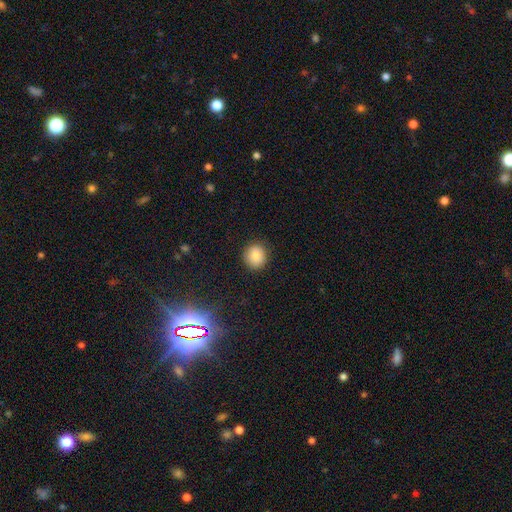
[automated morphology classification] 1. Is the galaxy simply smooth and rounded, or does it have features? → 86% smooth, 10% star or artifact, 4% featured or disk.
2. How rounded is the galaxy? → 88% round, 11% in between, 1% cigar-shaped.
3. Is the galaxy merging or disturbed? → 89% none, 8% minor disturbance, 2% major disturbance, 1% merger.